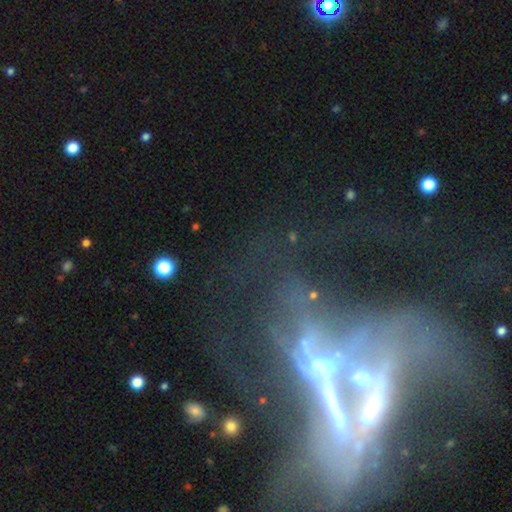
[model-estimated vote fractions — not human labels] A featured or disk galaxy (61%) with no bar (68%), no spiral arms (69%) and a small central bulge (33%).

Vote fractions:
- Smooth or featured? featured or disk: 61% / star or artifact: 27% / smooth: 12%
- Edge-on disk? no: 86% / yes: 14%
- Bar? no: 68% / strong: 16% / weak: 16%
- Spiral arms? no: 69% / yes: 31%
- Bulge size? small: 33% / none: 31% / moderate: 28% / large: 5% / dominant: 3%
- Merging? merger: 38% / major disturbance: 32% / none: 20% / minor disturbance: 10%